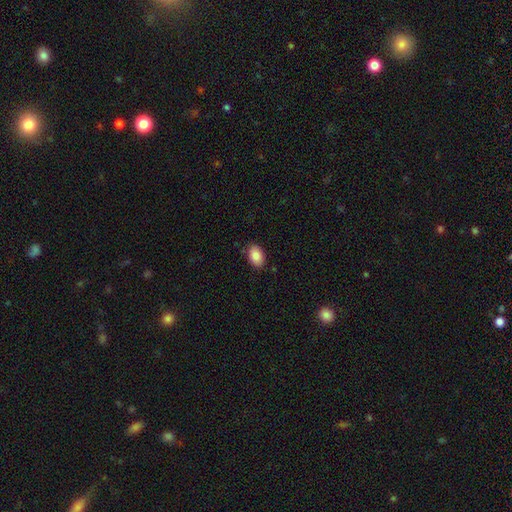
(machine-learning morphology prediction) smooth 87%, star or artifact 7%, featured or disk 6%. Down the decision tree: how rounded — in between (90%); merging — none (86%).